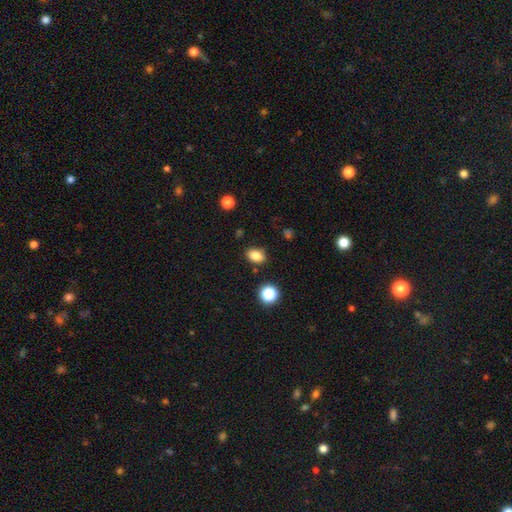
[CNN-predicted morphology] Q: Smooth or featured?
A: smooth (83%); runner-up: star or artifact (11%)
Q: How rounded?
A: in between (77%); runner-up: round (22%)
Q: Merging?
A: none (85%); runner-up: minor disturbance (10%)